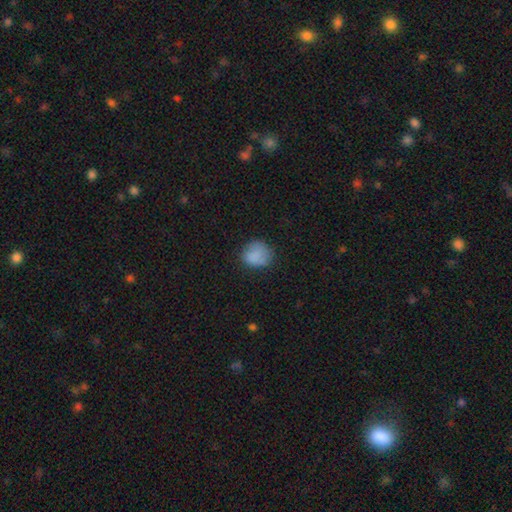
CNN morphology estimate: Q: Smooth or featured?
A: smooth (83%); runner-up: star or artifact (9%)
Q: How rounded?
A: round (74%); runner-up: in between (25%)
Q: Merging?
A: none (69%); runner-up: minor disturbance (22%)